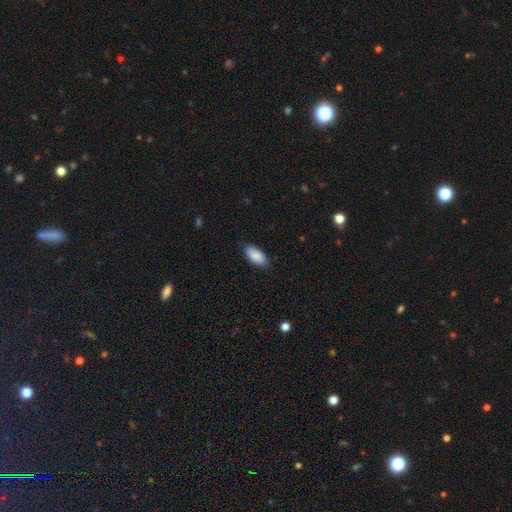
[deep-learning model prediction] Q: Smooth or featured?
A: smooth (89%); runner-up: star or artifact (6%)
Q: How rounded?
A: in between (93%); runner-up: cigar-shaped (5%)
Q: Merging?
A: none (85%); runner-up: minor disturbance (12%)